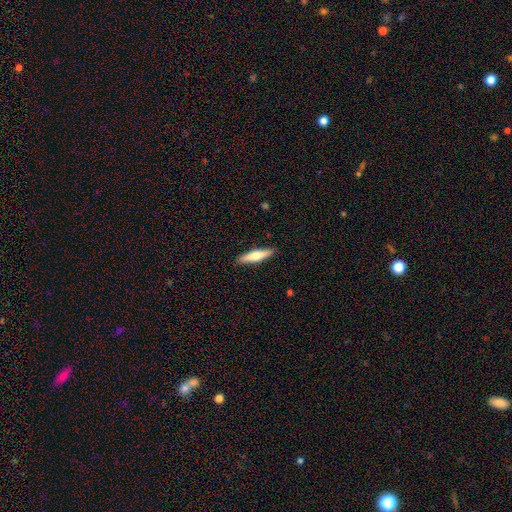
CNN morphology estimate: smooth 59%, featured or disk 36%, star or artifact 5%. Down the decision tree: how rounded — cigar-shaped (81%); merging — none (90%).